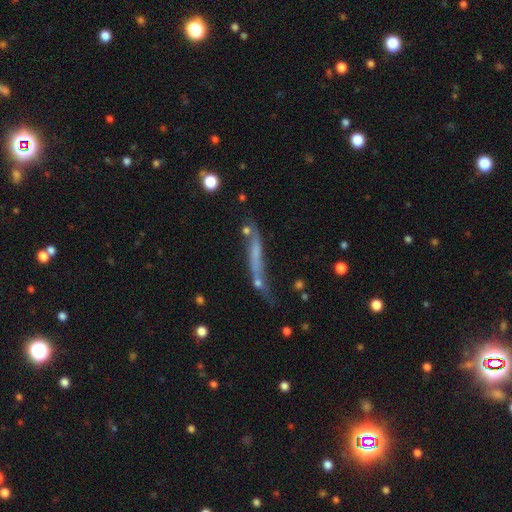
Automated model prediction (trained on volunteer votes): Smooth or featured? featured or disk (49%)
Merging? none (46%)